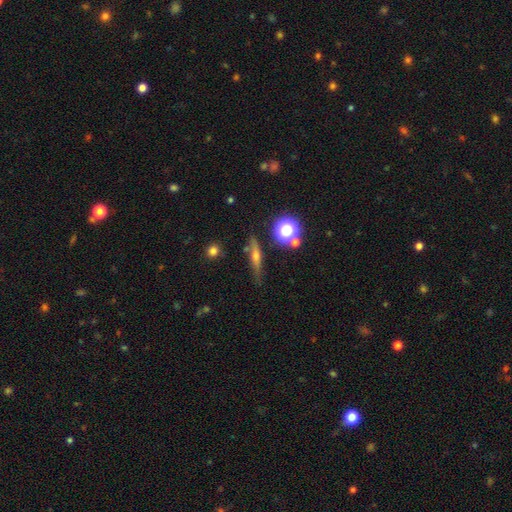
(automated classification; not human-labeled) featured or disk 52%, smooth 33%, star or artifact 15%. Down the decision tree: edge-on disk — yes (89%); merging — none (78%).